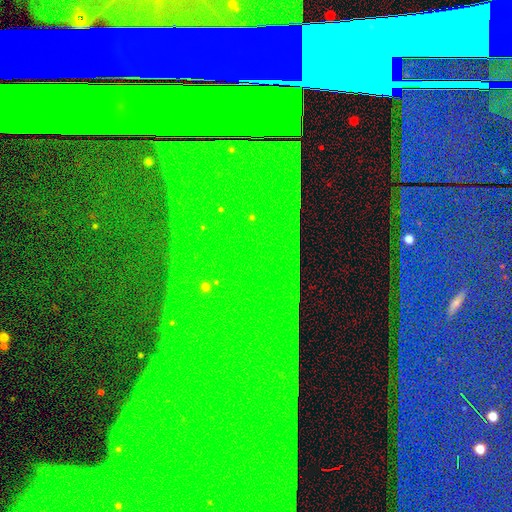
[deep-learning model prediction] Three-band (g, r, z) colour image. It shows a star or artifact, not a galaxy (86%).